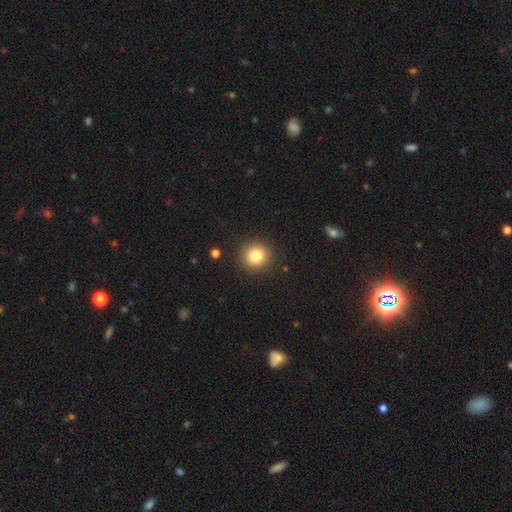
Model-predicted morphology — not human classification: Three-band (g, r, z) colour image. It shows a smooth galaxy with no disk features (83%) that is round (89%). Merging: none (90%).